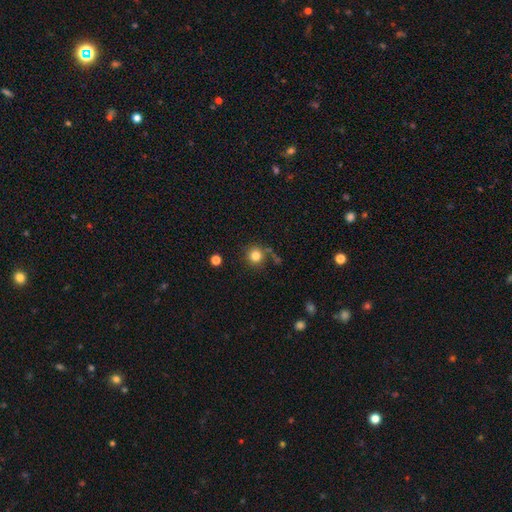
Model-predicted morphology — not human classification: Smooth or featured? smooth (81%)
How rounded? round (91%)
Merging? none (70%)